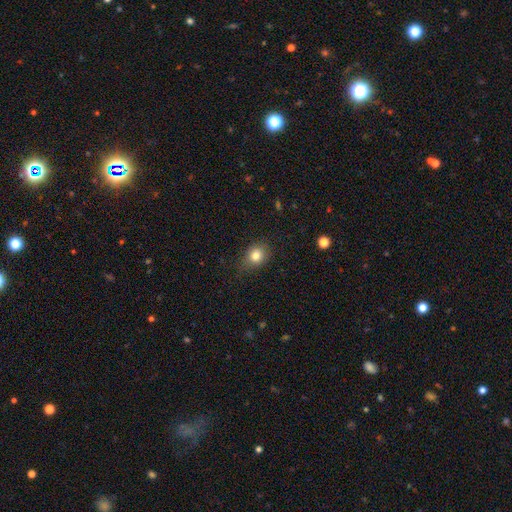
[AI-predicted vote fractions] Q: Smooth or featured?
A: smooth (81%); runner-up: star or artifact (11%)
Q: How rounded?
A: round (58%); runner-up: in between (41%)
Q: Merging?
A: none (75%); runner-up: minor disturbance (19%)